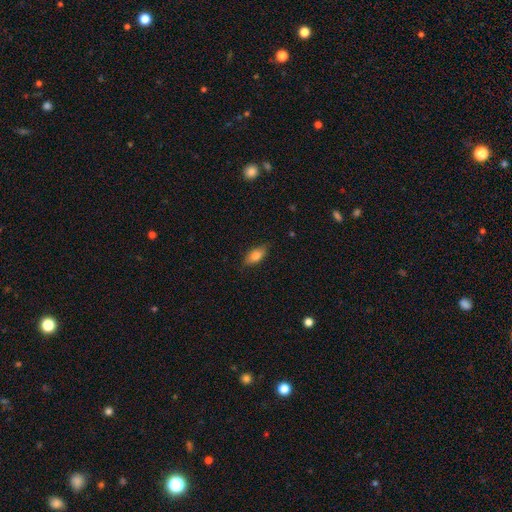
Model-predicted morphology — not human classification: type=smooth (81%); roundness=in between (87%); merging=none (82%).